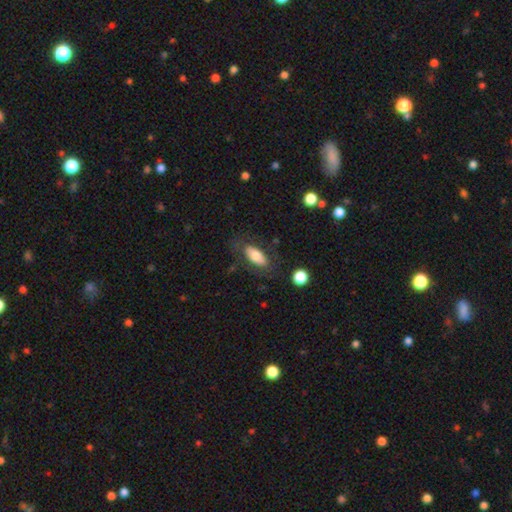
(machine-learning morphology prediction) smooth-or-featured: smooth: 70% | featured or disk: 23% | star or artifact: 7%
  how-rounded: in between: 87% | cigar-shaped: 10% | round: 3%
  merging: none: 71% | minor disturbance: 17% | major disturbance: 10% | merger: 2%